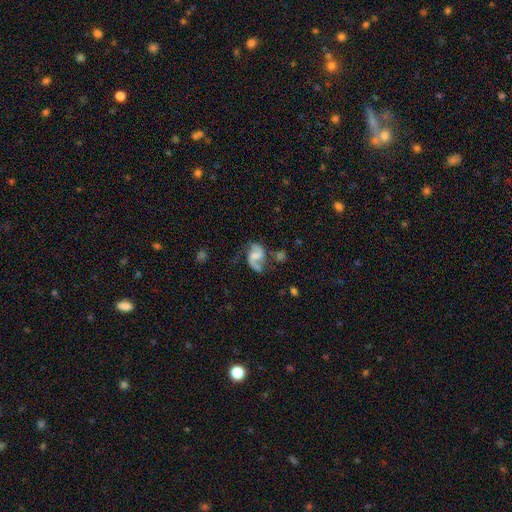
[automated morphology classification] Smooth or featured?
  - featured or disk: 78% *
  - smooth: 15%
  - star or artifact: 7%
Edge-on disk?
  - no: 98% *
  - yes: 2%
Bar?
  - weak: 45% *
  - no: 39%
  - strong: 16%
Spiral arms?
  - yes: 93% *
  - no: 7%
Spiral winding?
  - loose: 54% *
  - medium: 37%
  - tight: 9%
Spiral arm count?
  - 2: 85% *
  - 1: 8%
  - can't tell: 4%
  - 3: 1%
  - 4: 1%
  - more than 4: 1%
Bulge size?
  - small: 31% *
  - none: 30%
  - moderate: 29%
  - large: 8%
  - dominant: 2%
Merging?
  - none: 50% *
  - minor disturbance: 21%
  - major disturbance: 18%
  - merger: 10%